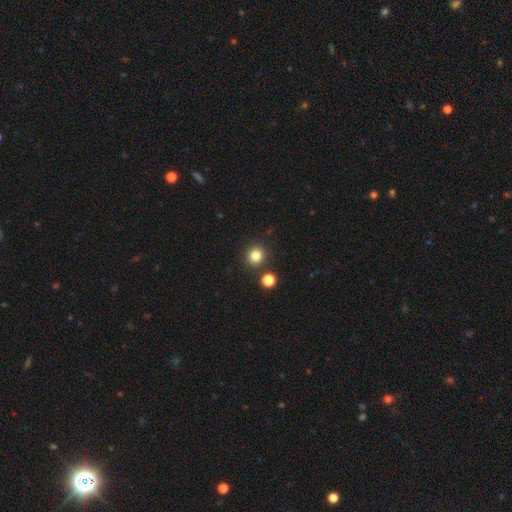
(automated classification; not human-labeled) A smooth galaxy with no disk features (82%) that is round (92%). Merging: none (87%).